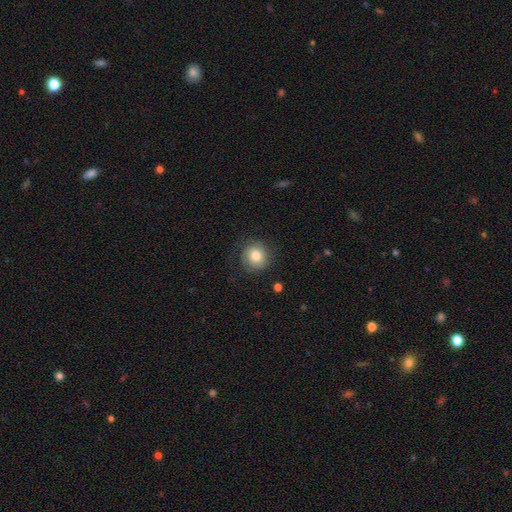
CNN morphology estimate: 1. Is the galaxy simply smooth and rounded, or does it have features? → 78% smooth, 14% featured or disk, 8% star or artifact.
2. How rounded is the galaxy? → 90% round, 9% in between, 1% cigar-shaped.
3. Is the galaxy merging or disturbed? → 77% none, 15% minor disturbance, 7% major disturbance, 1% merger.